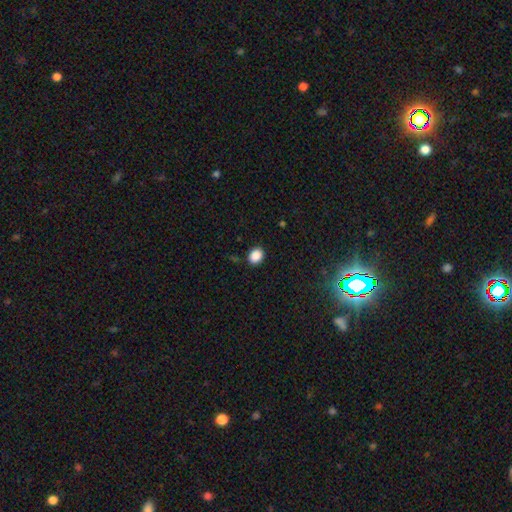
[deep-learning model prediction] A smooth galaxy with no disk features (87%) that is round (51%). Merging: none (88%).